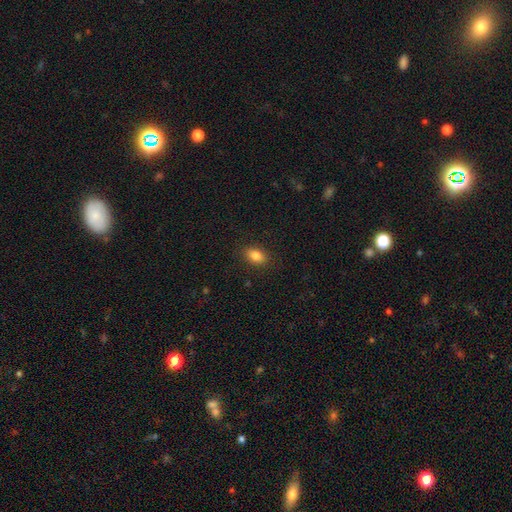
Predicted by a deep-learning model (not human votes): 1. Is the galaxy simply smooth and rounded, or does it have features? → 85% smooth, 9% star or artifact, 6% featured or disk.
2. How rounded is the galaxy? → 84% in between, 14% round, 2% cigar-shaped.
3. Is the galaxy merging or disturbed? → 88% none, 9% minor disturbance, 2% major disturbance, 1% merger.